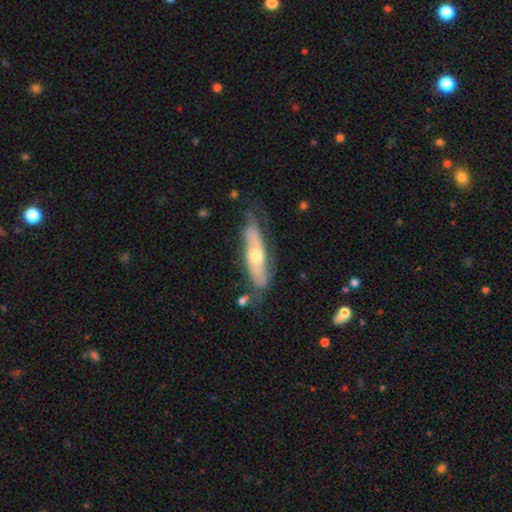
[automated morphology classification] A featured or disk galaxy (64%). Merging: none (69%).